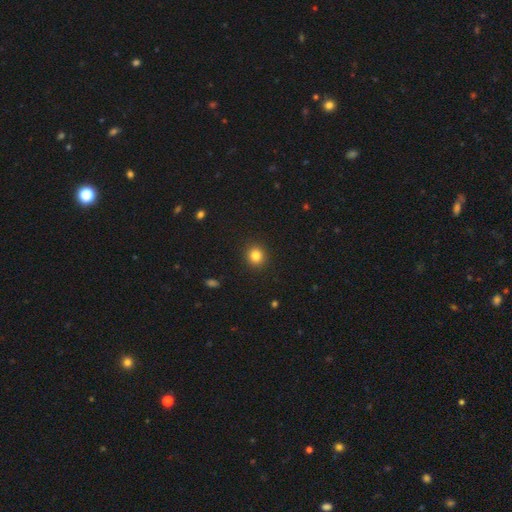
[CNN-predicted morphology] smooth-or-featured: smooth: 83% | star or artifact: 12% | featured or disk: 5%
  how-rounded: round: 89% | in between: 10% | cigar-shaped: 1%
  merging: none: 92% | minor disturbance: 5% | major disturbance: 2% | merger: 1%